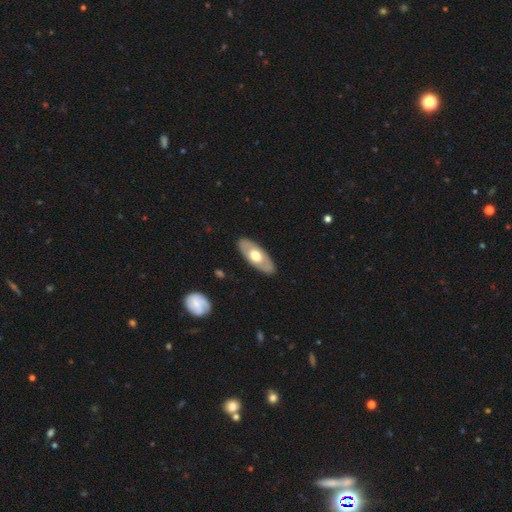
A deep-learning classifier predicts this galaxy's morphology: smooth_or_featured: featured or disk (p=0.49) [alt: smooth p=0.47]
merging: none (p=0.87) [alt: minor disturbance p=0.09]